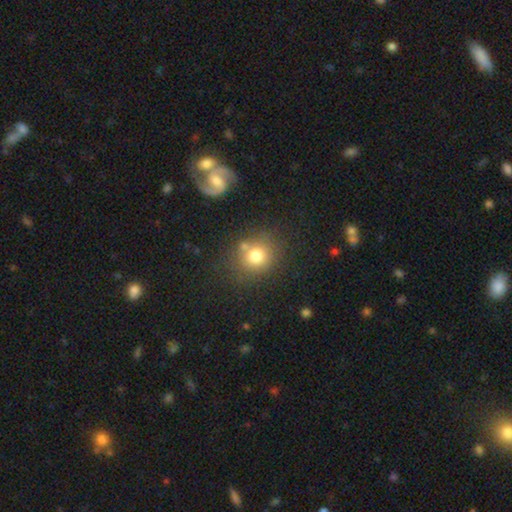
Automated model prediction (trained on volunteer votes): Overall: smooth (76%). How rounded: round (79%). Merging: none (73%).